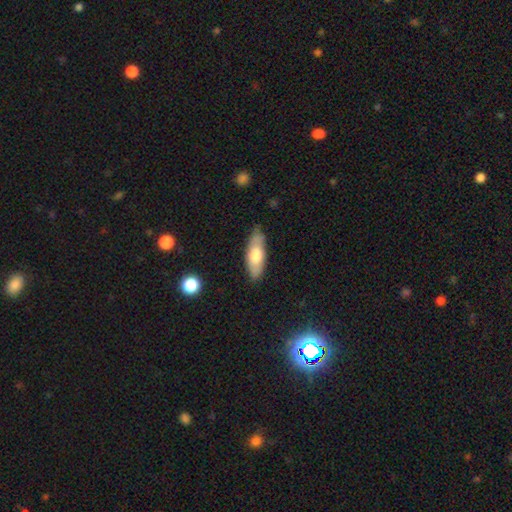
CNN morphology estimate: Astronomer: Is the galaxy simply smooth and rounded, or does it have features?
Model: smooth — 63%.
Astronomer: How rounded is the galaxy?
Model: in between — 65%.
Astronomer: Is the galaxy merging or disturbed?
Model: none — 76%.